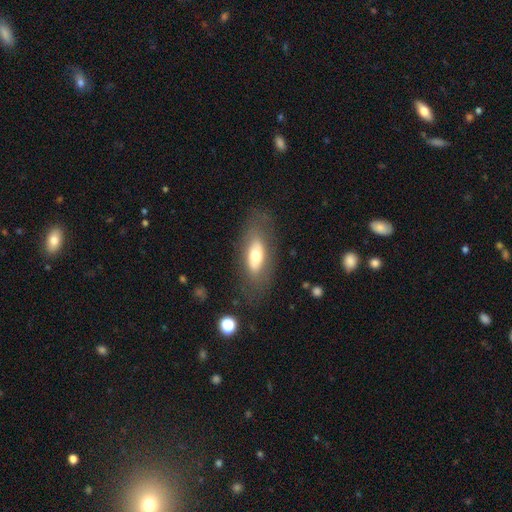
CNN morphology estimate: Smooth or featured?
  - smooth: 56% *
  - featured or disk: 37%
  - star or artifact: 7%
How rounded?
  - in between: 78% *
  - cigar-shaped: 18%
  - round: 4%
Merging?
  - none: 75% *
  - minor disturbance: 15%
  - major disturbance: 9%
  - merger: 2%